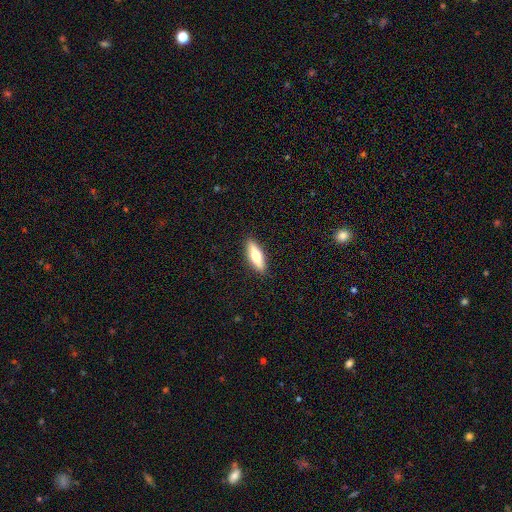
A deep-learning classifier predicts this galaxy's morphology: This appears to be a smooth galaxy with no disk features (62%) that is cigar-shaped (53%). Merging: none (90%).